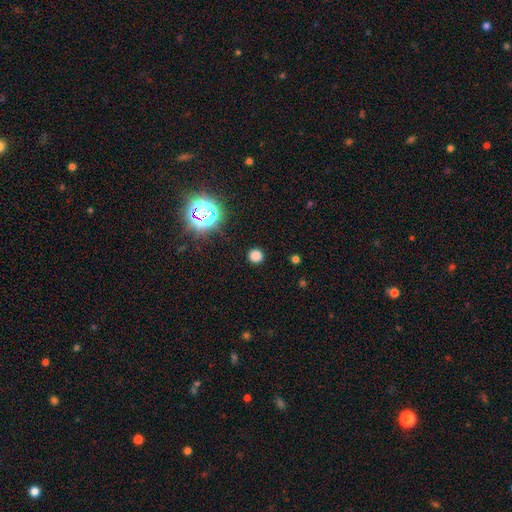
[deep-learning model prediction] A smooth galaxy with no disk features (75%) that is round (91%). Merging: none (90%).